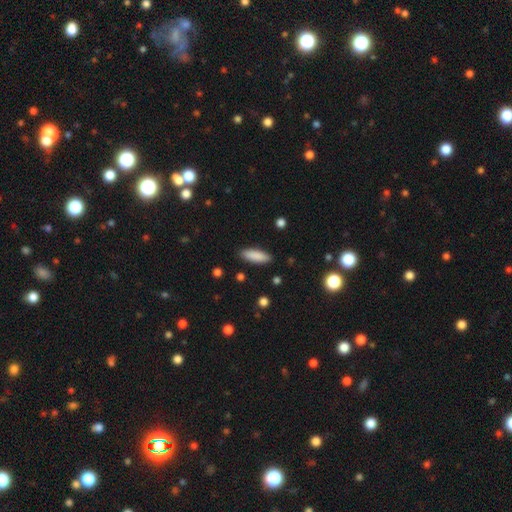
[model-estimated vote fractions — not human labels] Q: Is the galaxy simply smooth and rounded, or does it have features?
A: smooth — 87%.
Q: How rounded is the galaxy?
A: in between — 51%.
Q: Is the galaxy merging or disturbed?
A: none — 88%.